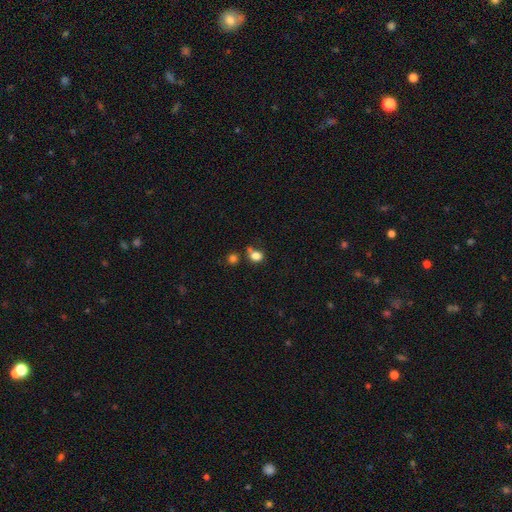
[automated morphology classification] This appears to be a smooth galaxy with no disk features (81%) that is round (64%). Merging: none (55%).